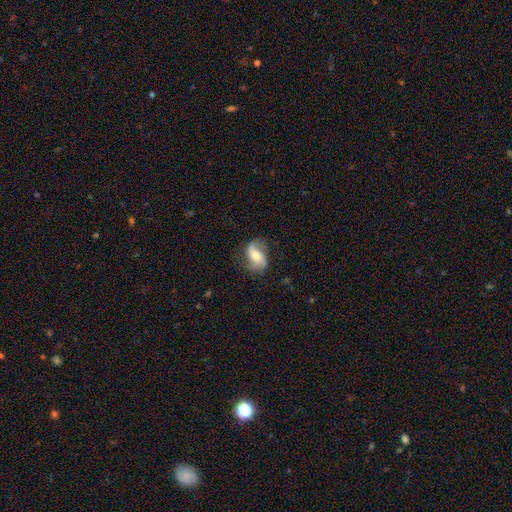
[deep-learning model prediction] A featured or disk galaxy (65%) with no bar (45%), 2 (81%) loose (57%) spiral arms (90%) and a moderate central bulge (62%). Merging: none (69%).